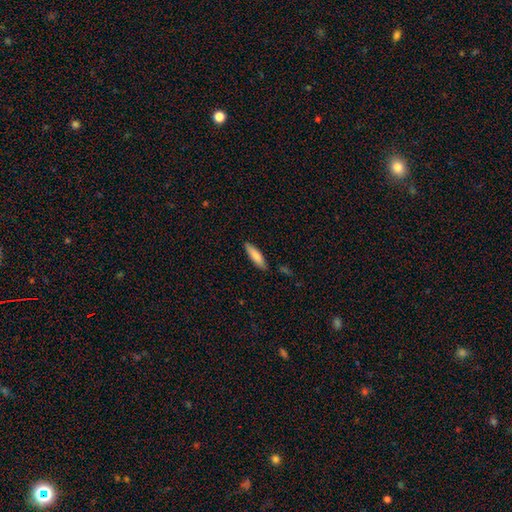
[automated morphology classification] This appears to be a smooth galaxy with no disk features (82%) that is cigar-shaped (65%). Merging: none (84%).